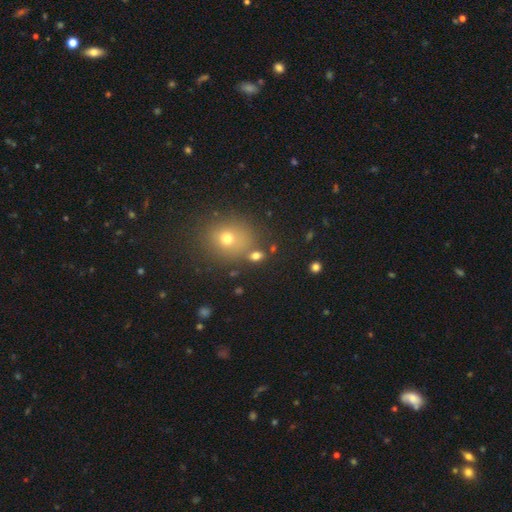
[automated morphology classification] This appears to be a smooth galaxy with no disk features (72%) that is in between round and cigar-shaped (53%). Merging: none (69%).